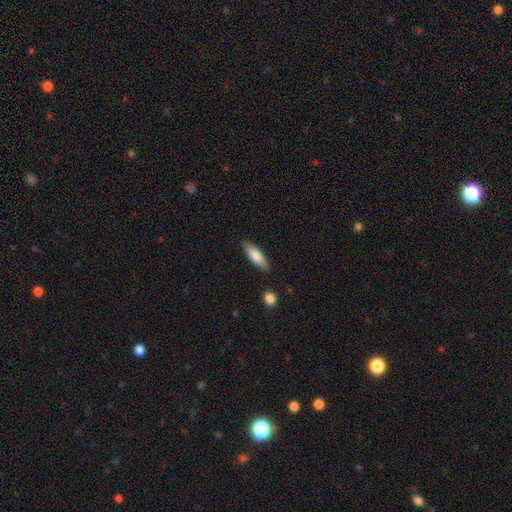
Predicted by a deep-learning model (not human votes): Smooth or featured: smooth — 75% (featured or disk — 19%)
How rounded: cigar-shaped — 51% (in between — 47%)
Merging: none — 85% (minor disturbance — 11%)